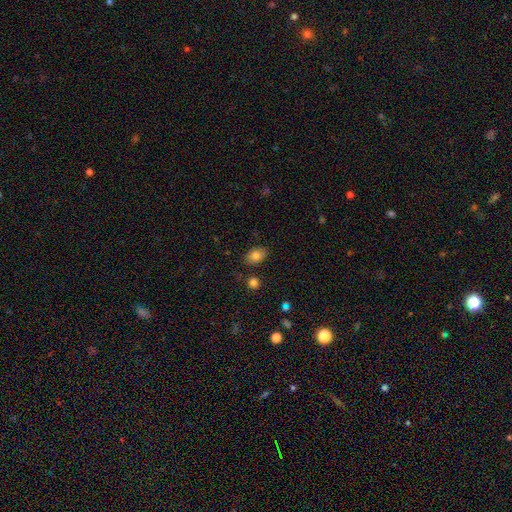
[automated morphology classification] This appears to be a smooth galaxy with no disk features (82%) that is in between round and cigar-shaped (82%). Merging: none (80%).